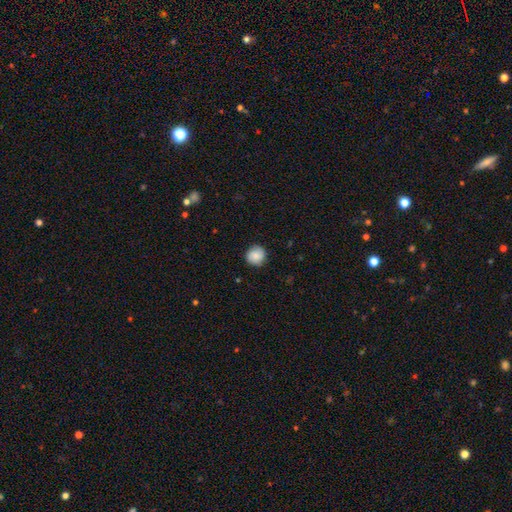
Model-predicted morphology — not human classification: smooth 81%, featured or disk 11%, star or artifact 8%. Down the decision tree: how rounded — round (92%); merging — none (86%).